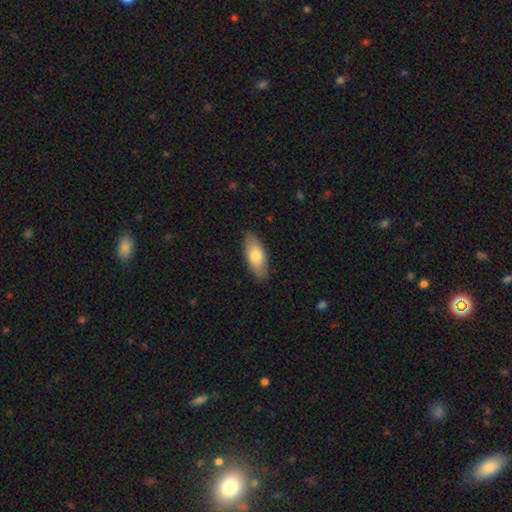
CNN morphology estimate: This appears to be a smooth galaxy with no disk features (76%) that is in between round and cigar-shaped (81%). Merging: none (85%).